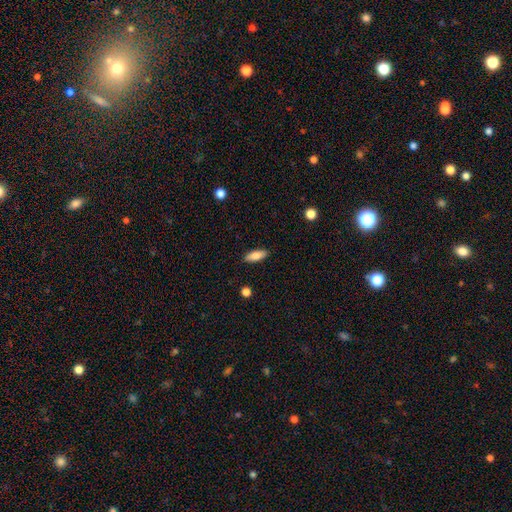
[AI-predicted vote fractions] Overall: smooth (82%). How rounded: in between (71%). Merging: none (89%).